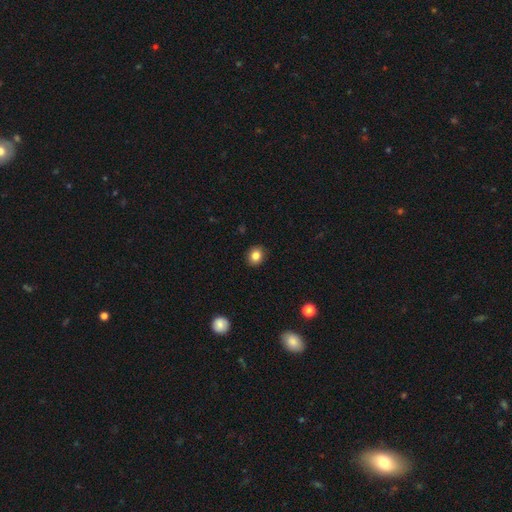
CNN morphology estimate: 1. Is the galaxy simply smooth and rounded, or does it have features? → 84% smooth, 10% star or artifact, 6% featured or disk.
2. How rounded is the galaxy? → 70% round, 29% in between, 1% cigar-shaped.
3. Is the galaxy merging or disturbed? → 91% none, 6% minor disturbance, 2% major disturbance, 1% merger.